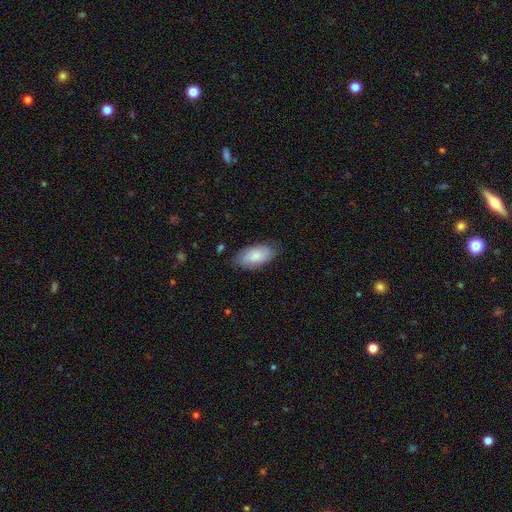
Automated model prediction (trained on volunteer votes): The model was most divided on "smooth or featured": smooth: 74%, featured or disk: 20%, star or artifact: 6%. More confident: how rounded — in between (93%); merging — none (77%).